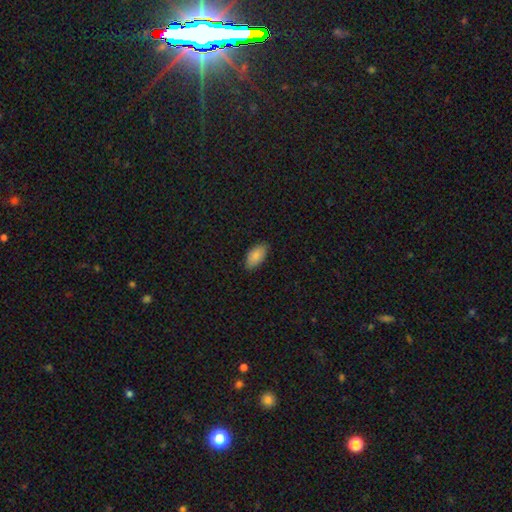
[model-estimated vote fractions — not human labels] Q: Smooth or featured?
A: smooth (87%); runner-up: star or artifact (7%)
Q: How rounded?
A: in between (95%); runner-up: cigar-shaped (3%)
Q: Merging?
A: none (85%); runner-up: minor disturbance (12%)